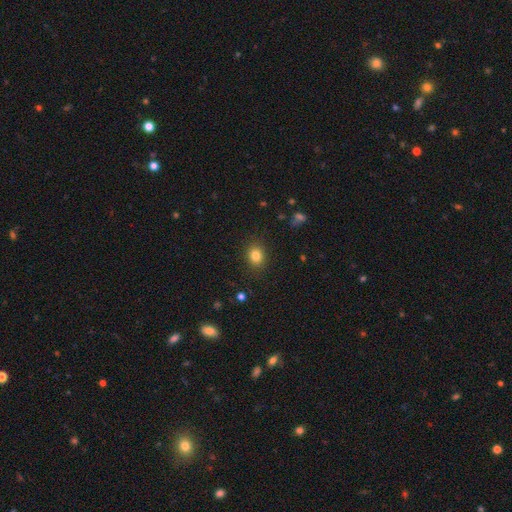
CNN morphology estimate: type=smooth (83%); roundness=round (58%); merging=none (88%).